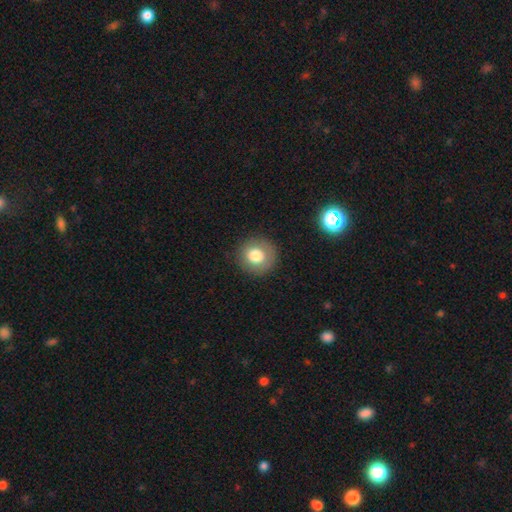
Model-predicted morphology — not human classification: Q: Smooth or featured?
A: smooth (77%); runner-up: featured or disk (13%)
Q: How rounded?
A: round (93%); runner-up: in between (6%)
Q: Merging?
A: none (88%); runner-up: minor disturbance (8%)